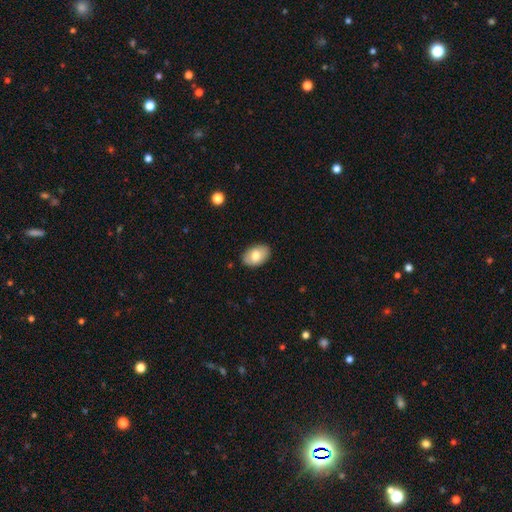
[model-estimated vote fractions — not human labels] A smooth galaxy with no disk features (77%) that is in between round and cigar-shaped (90%).

Vote fractions:
- Smooth or featured? smooth: 77% / featured or disk: 16% / star or artifact: 7%
- How rounded? in between: 90% / round: 9% / cigar-shaped: 1%
- Merging? none: 86% / minor disturbance: 11% / major disturbance: 2% / merger: 1%